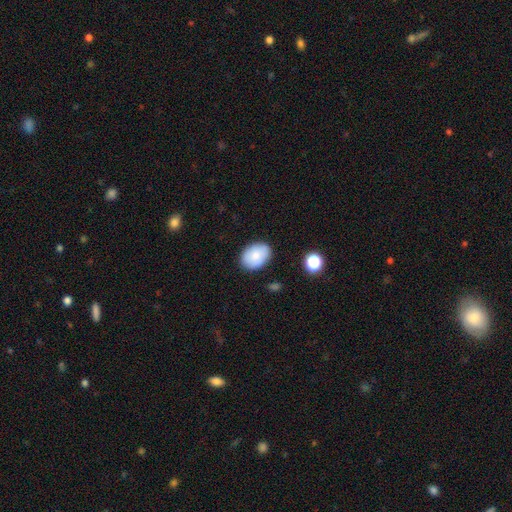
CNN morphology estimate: This is clearly a smooth galaxy (83%). How rounded: likely in between (76%). Merging: clearly none (84%).